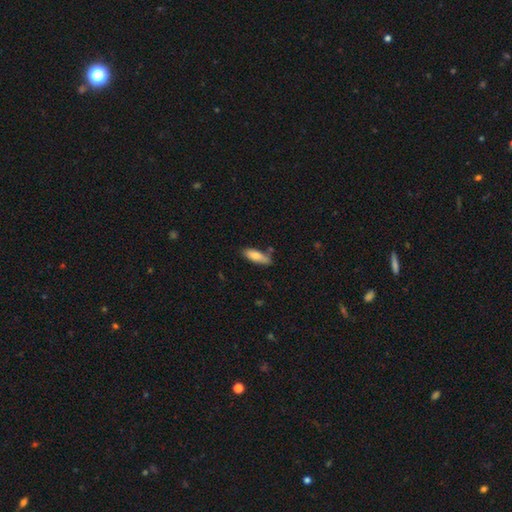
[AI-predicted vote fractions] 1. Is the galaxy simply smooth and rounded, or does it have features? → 78% smooth, 15% featured or disk, 7% star or artifact.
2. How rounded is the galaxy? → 60% in between, 38% cigar-shaped, 2% round.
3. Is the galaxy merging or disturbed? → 68% none, 21% minor disturbance, 7% merger, 4% major disturbance.